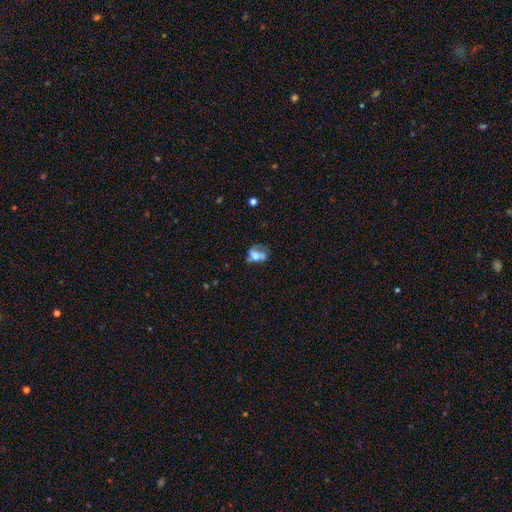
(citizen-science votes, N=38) This is possibly a smooth galaxy (58%). How rounded: likely in between (73%). Merging: marginally merger (43%).